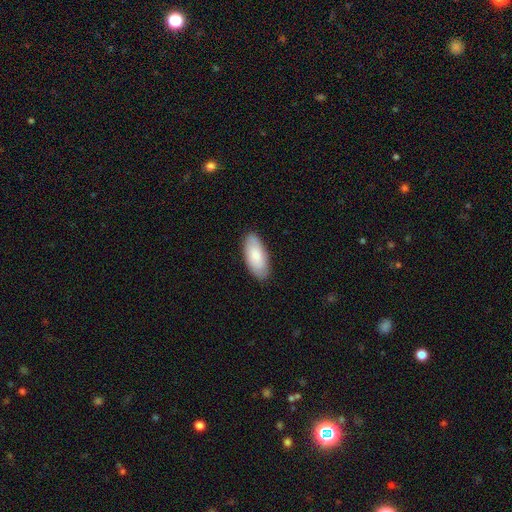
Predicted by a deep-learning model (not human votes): Smooth or featured? Predicted: smooth (p=0.80). How rounded? Predicted: in between (p=0.89). Merging? Predicted: none (p=0.87).